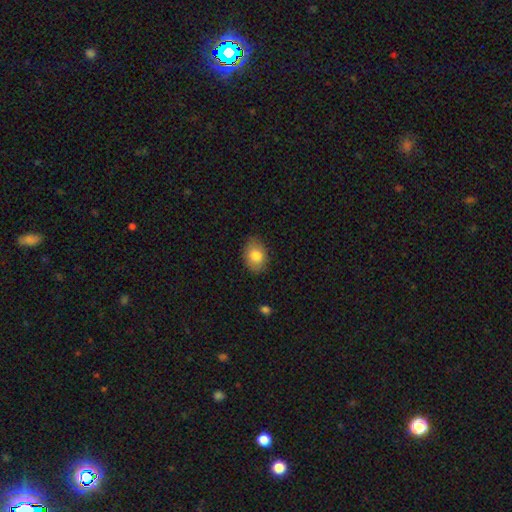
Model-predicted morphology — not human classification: A smooth galaxy with no disk features (81%) that is in between round and cigar-shaped (73%). Merging: none (84%).